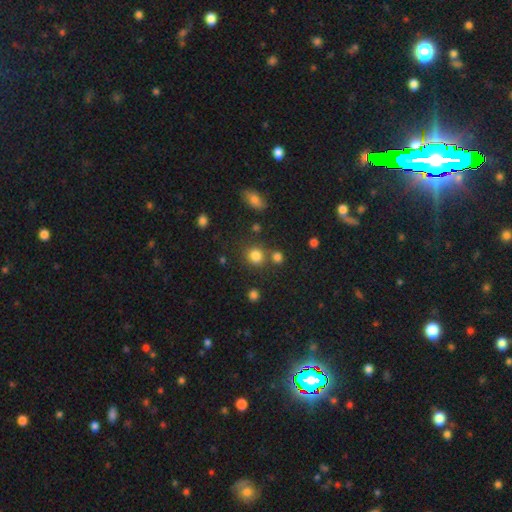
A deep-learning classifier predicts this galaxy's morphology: type=smooth (81%); roundness=round (80%); merging=none (70%).